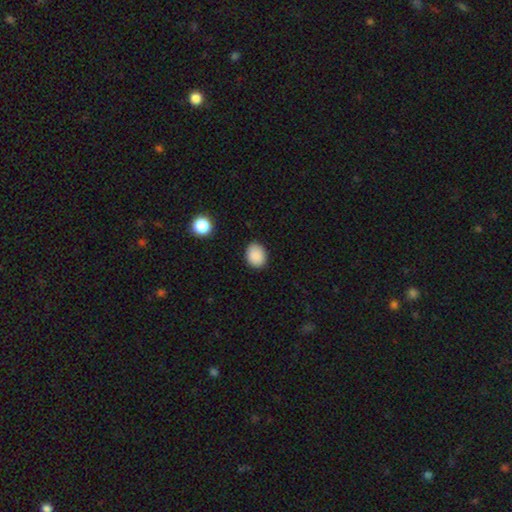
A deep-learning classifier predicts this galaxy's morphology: A smooth galaxy with no disk features (89%) that is in between round and cigar-shaped (50%).

Vote fractions:
- Smooth or featured? smooth: 89% / star or artifact: 8% / featured or disk: 3%
- How rounded? in between: 50% / round: 49% / cigar-shaped: 1%
- Merging? none: 88% / minor disturbance: 9% / major disturbance: 2% / merger: 1%